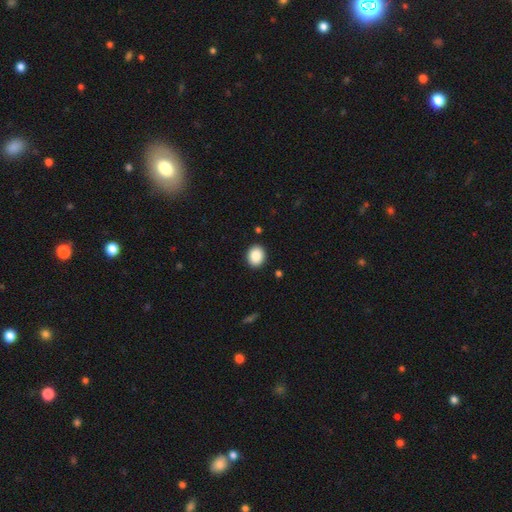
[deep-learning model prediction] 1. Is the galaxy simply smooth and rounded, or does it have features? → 88% smooth, 8% star or artifact, 4% featured or disk.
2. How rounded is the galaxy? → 60% round, 40% in between, 1% cigar-shaped.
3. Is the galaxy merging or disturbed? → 91% none, 6% minor disturbance, 2% major disturbance, 1% merger.